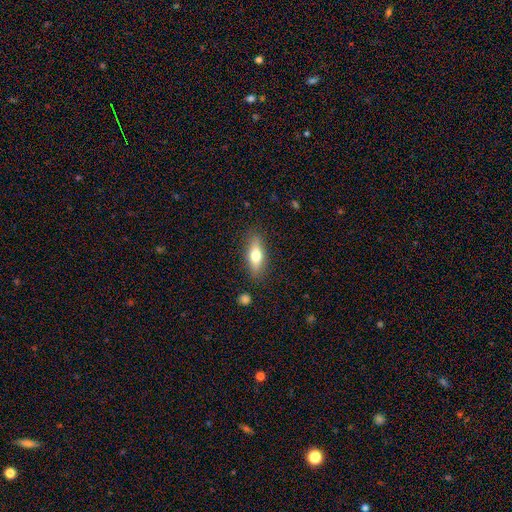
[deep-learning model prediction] Smooth or featured?
  - smooth: 59% *
  - featured or disk: 34%
  - star or artifact: 7%
How rounded?
  - in between: 56% *
  - cigar-shaped: 40%
  - round: 4%
Merging?
  - none: 85% *
  - minor disturbance: 10%
  - major disturbance: 3%
  - merger: 2%